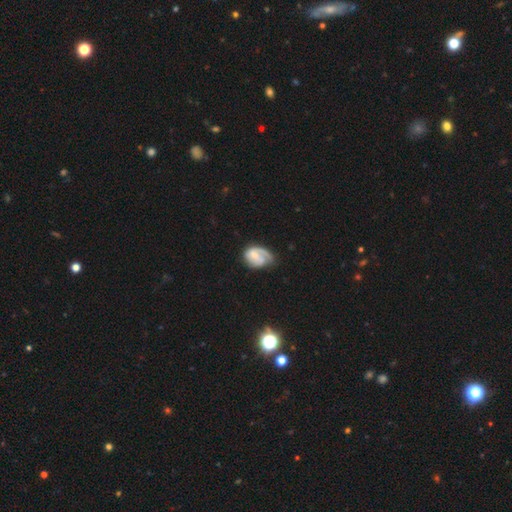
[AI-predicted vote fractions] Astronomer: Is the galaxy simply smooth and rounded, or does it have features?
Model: featured or disk — 65%.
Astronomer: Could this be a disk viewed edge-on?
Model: no — 97%.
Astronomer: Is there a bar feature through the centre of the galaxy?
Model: no — 48% (runner-up: weak, 41%).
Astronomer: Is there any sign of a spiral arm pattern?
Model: yes — 85%.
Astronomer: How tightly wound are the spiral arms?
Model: tight — 41% (runner-up: medium, 36%).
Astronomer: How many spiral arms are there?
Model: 1 — 55%.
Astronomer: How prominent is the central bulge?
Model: small — 49% (runner-up: moderate, 33%).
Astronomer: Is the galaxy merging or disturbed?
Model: none — 45% (runner-up: minor disturbance, 29%).